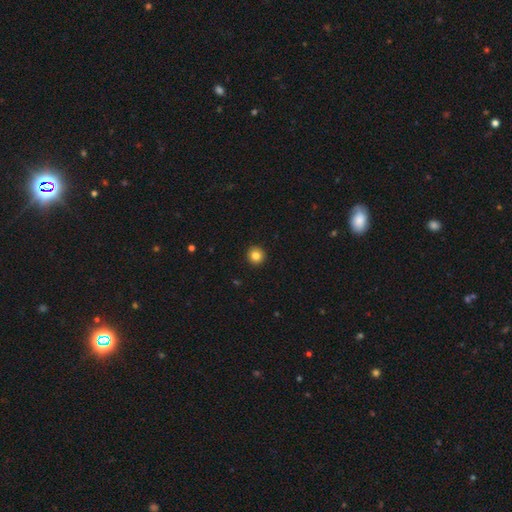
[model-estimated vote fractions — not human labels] Overall: smooth (84%). How rounded: round (95%). Merging: none (94%).